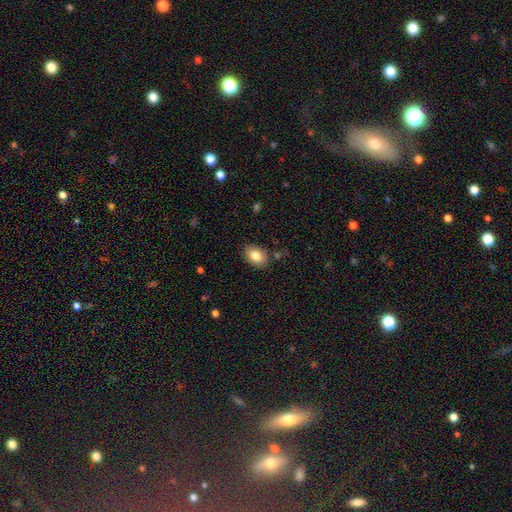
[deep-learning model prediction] Smooth or featured: smooth — 83% (featured or disk — 9%)
How rounded: in between — 80% (round — 19%)
Merging: none — 84% (minor disturbance — 11%)